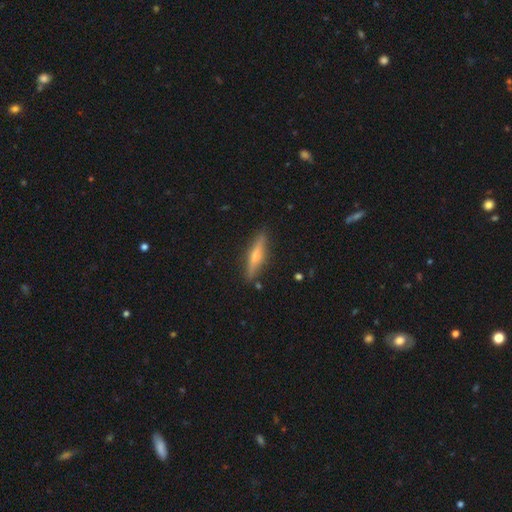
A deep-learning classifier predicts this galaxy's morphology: featured or disk 53%, smooth 41%, star or artifact 7%. Down the decision tree: edge-on disk — yes (95%); edge-on bulge — rounded (77%); merging — none (88%).